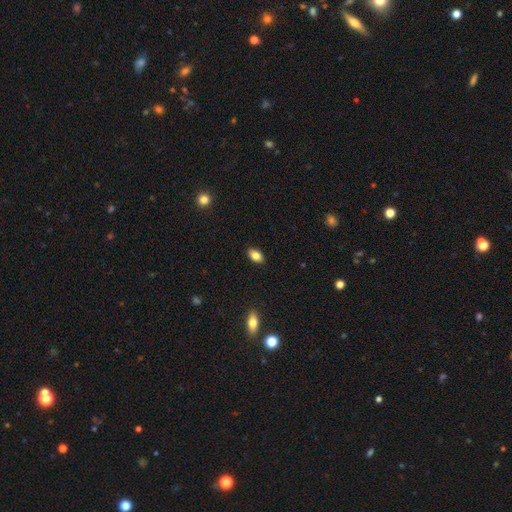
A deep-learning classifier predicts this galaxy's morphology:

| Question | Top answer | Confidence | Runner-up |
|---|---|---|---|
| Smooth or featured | smooth | 83% | featured or disk (9%) |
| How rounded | in between | 90% | round (8%) |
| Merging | none | 88% | minor disturbance (9%) |